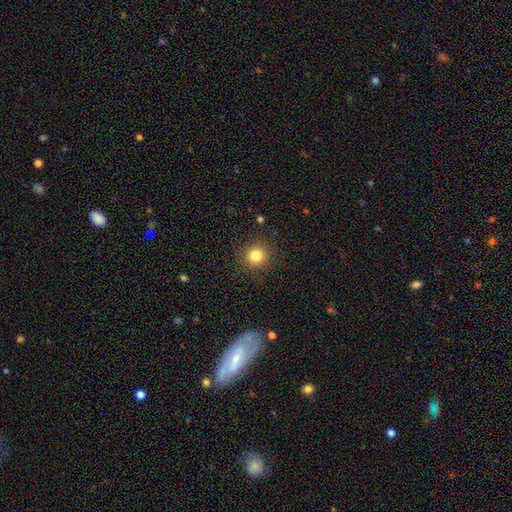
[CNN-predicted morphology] Smooth or featured? Predicted: smooth (p=0.82). How rounded? Predicted: round (p=0.92). Merging? Predicted: none (p=0.90).